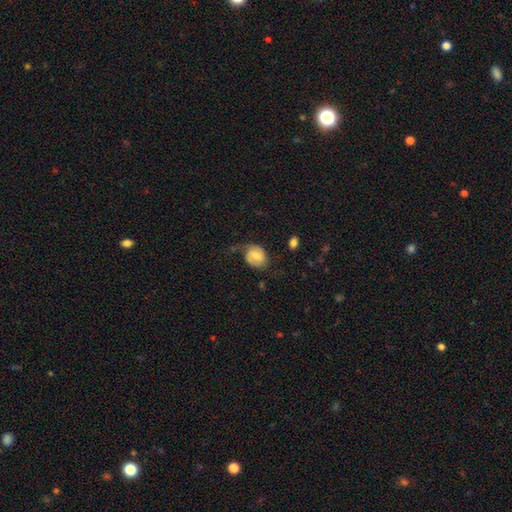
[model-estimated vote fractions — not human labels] Smooth or featured: smooth — 52% (featured or disk — 41%)
How rounded: round — 58% (in between — 41%)
Merging: none — 49% (minor disturbance — 29%)